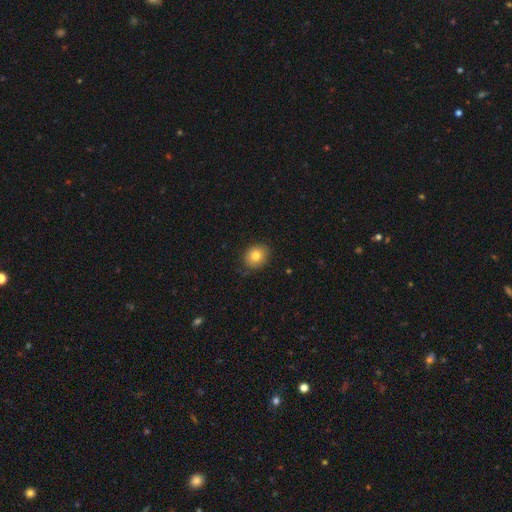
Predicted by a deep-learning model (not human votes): smooth-or-featured: smooth: 81% | featured or disk: 10% | star or artifact: 9%
  how-rounded: round: 65% | in between: 35% | cigar-shaped: 1%
  merging: none: 81% | minor disturbance: 15% | major disturbance: 3% | merger: 1%